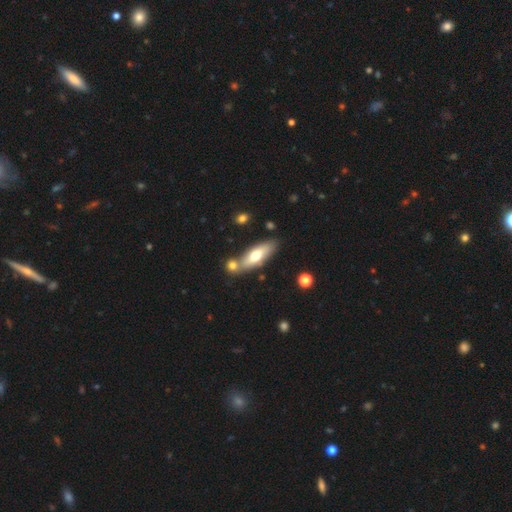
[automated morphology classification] Smooth or featured? Predicted: smooth (p=0.60). How rounded? Predicted: in between (p=0.56). Merging? Predicted: none (p=0.63).